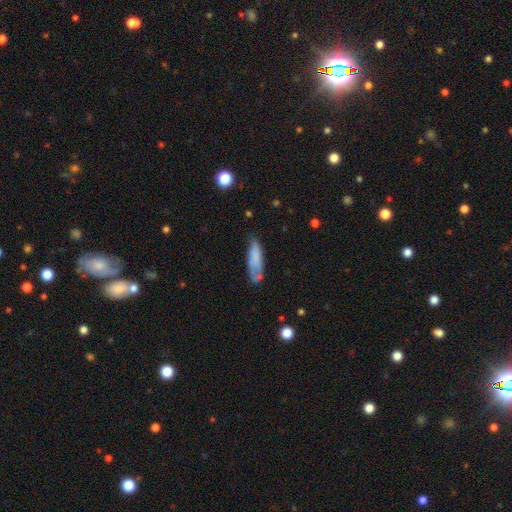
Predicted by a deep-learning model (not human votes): Smooth or featured?
  - smooth: 63% *
  - featured or disk: 28%
  - star or artifact: 9%
How rounded?
  - cigar-shaped: 59% *
  - in between: 39%
  - round: 2%
Merging?
  - none: 55% *
  - minor disturbance: 30%
  - major disturbance: 11%
  - merger: 4%